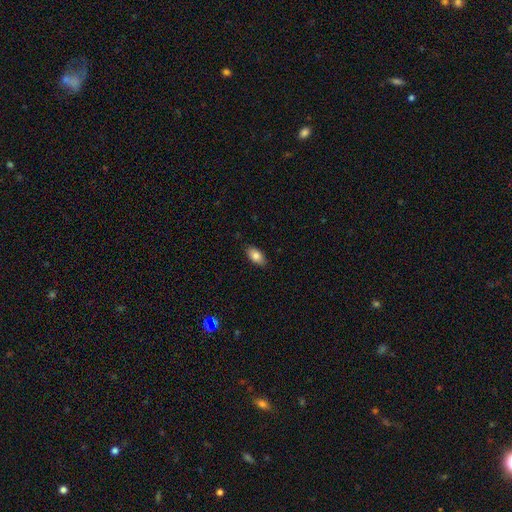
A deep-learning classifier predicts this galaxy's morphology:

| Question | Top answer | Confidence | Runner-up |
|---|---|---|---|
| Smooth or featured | smooth | 82% | featured or disk (11%) |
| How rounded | in between | 92% | cigar-shaped (4%) |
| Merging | none | 86% | minor disturbance (11%) |